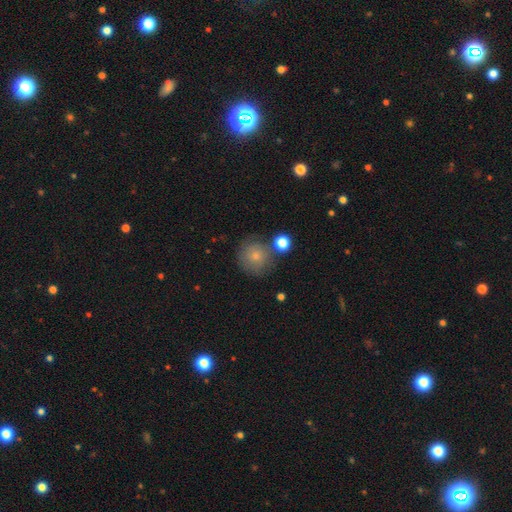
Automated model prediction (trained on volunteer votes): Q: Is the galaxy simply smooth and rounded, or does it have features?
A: smooth — 77%.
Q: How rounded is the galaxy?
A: round — 92%.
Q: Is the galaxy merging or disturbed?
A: none — 67%.